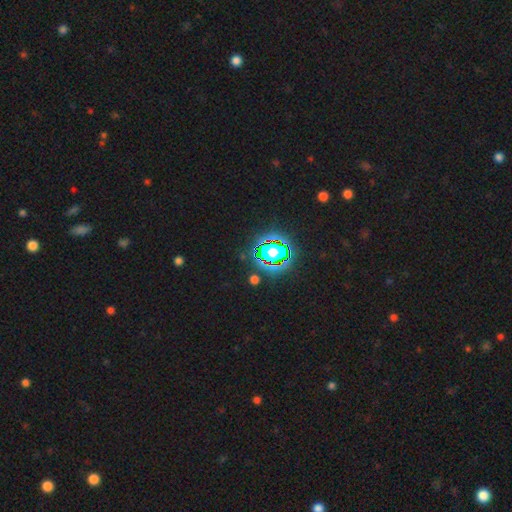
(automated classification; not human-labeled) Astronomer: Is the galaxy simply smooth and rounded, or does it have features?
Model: star or artifact — 82%.